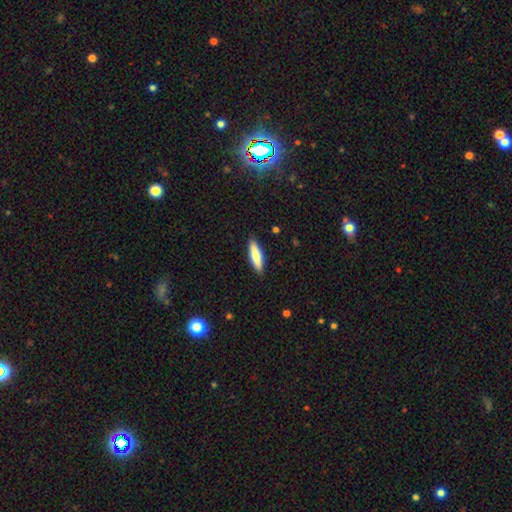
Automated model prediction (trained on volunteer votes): Smooth or featured?
  - smooth: 75% *
  - featured or disk: 20%
  - star or artifact: 6%
How rounded?
  - cigar-shaped: 65% *
  - in between: 34%
  - round: 2%
Merging?
  - none: 89% *
  - minor disturbance: 8%
  - major disturbance: 2%
  - merger: 1%